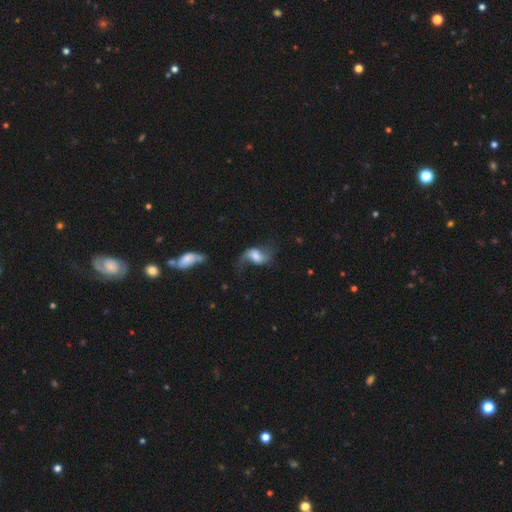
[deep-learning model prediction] The model was most divided on "bar": weak: 45%, no: 37%, strong: 18%. Remaining: edge-on disk — no (96%); spiral arms — yes (92%); spiral arm count — 2 (87%); spiral winding — loose (82%); smooth or featured — featured or disk (73%); merging — none (53%); bulge size — moderate (39%).